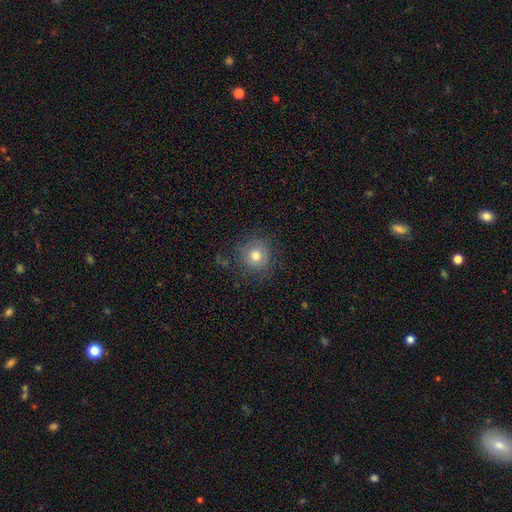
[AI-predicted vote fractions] This is likely a smooth galaxy (75%). How rounded: clearly round (91%). Merging: clearly none (81%).